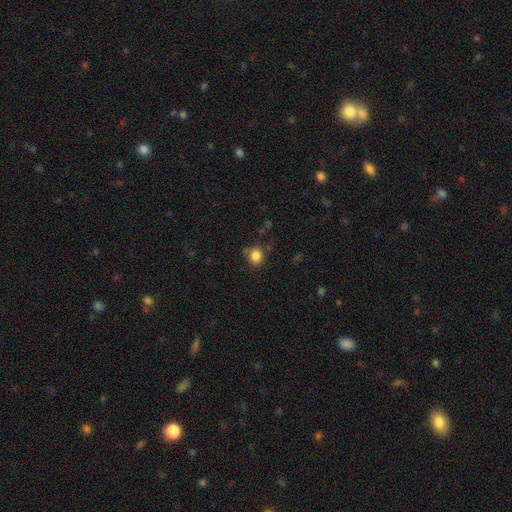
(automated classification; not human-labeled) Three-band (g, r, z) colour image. It shows a smooth galaxy with no disk features (84%) that is round (84%). Merging: none (79%).